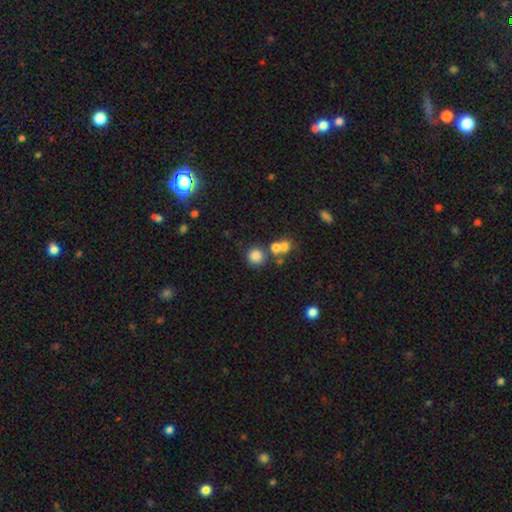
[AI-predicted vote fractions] Overall: smooth (79%). How rounded: round (91%). Merging: none (67%).